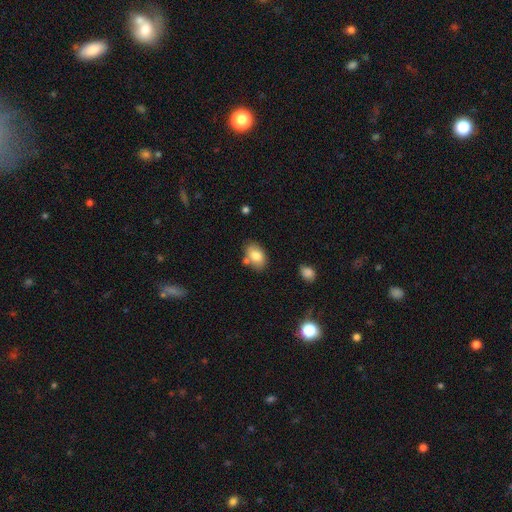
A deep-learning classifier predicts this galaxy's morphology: A smooth galaxy with no disk features (81%) that is in between round and cigar-shaped (88%).

Vote fractions:
- Smooth or featured? smooth: 81% / featured or disk: 11% / star or artifact: 8%
- How rounded? in between: 88% / round: 10% / cigar-shaped: 1%
- Merging? none: 72% / minor disturbance: 15% / merger: 10% / major disturbance: 3%